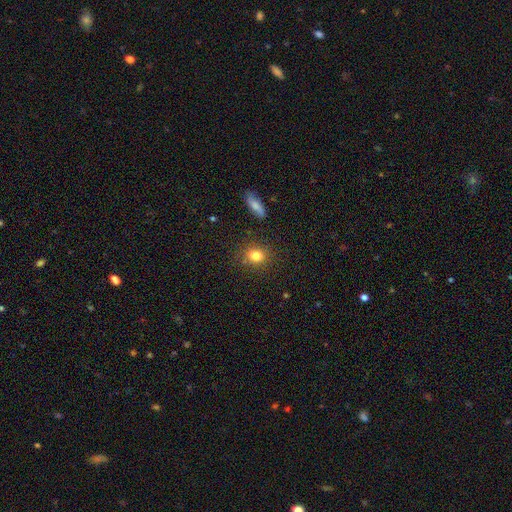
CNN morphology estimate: Smooth or featured?
  - smooth: 82% *
  - star or artifact: 10%
  - featured or disk: 7%
How rounded?
  - round: 52% *
  - in between: 46%
  - cigar-shaped: 2%
Merging?
  - none: 84% *
  - minor disturbance: 11%
  - major disturbance: 3%
  - merger: 3%